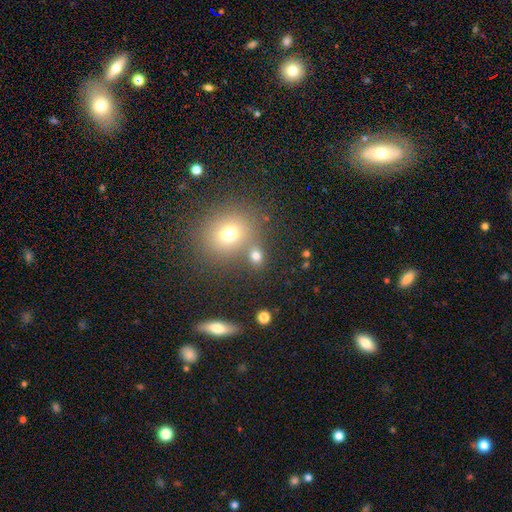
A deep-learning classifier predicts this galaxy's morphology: smooth 73%, star or artifact 18%, featured or disk 9%. Down the decision tree: how rounded — round (63%); merging — none (65%).